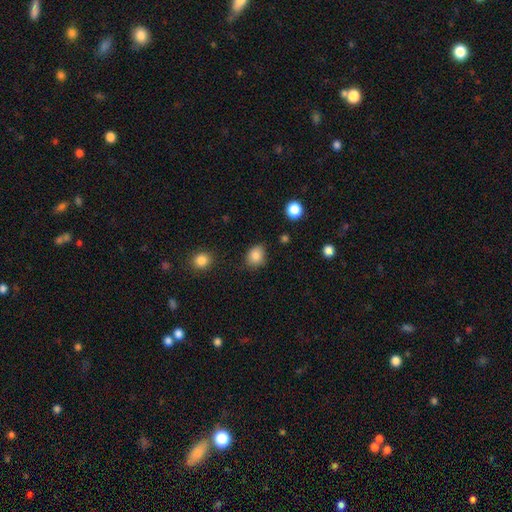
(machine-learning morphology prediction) smooth_or_featured: smooth (p=0.83) [alt: star or artifact p=0.10]
how_rounded: round (p=0.55) [alt: in between p=0.44]
merging: none (p=0.76) [alt: minor disturbance p=0.18]